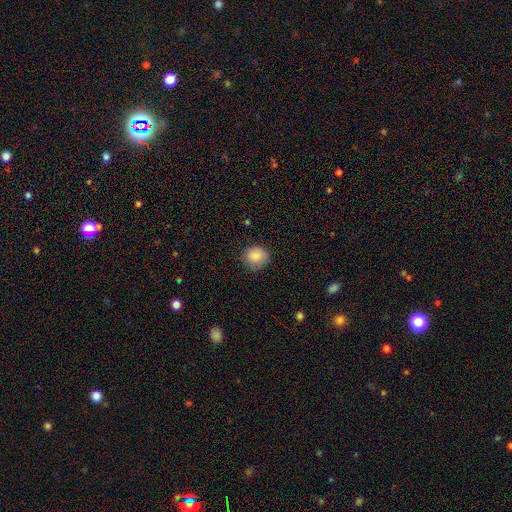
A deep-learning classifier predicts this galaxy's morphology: Smooth or featured?
  - smooth: 87% *
  - star or artifact: 8%
  - featured or disk: 5%
How rounded?
  - round: 80% *
  - in between: 19%
  - cigar-shaped: 1%
Merging?
  - none: 78% *
  - minor disturbance: 17%
  - major disturbance: 4%
  - merger: 1%